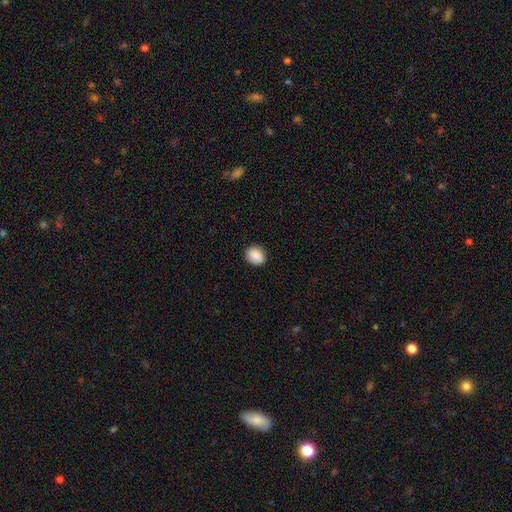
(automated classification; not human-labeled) The model was most divided on "how rounded": round: 61%, in between: 38%, cigar-shaped: 1%. More confident: merging — none (88%); smooth or featured — smooth (87%).